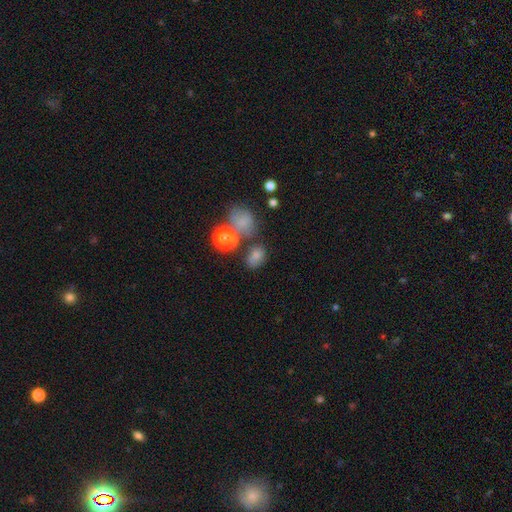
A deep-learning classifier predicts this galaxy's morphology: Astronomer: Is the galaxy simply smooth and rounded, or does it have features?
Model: smooth — 74%.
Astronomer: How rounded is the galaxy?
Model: in between — 64%.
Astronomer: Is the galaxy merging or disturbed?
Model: none — 54%.